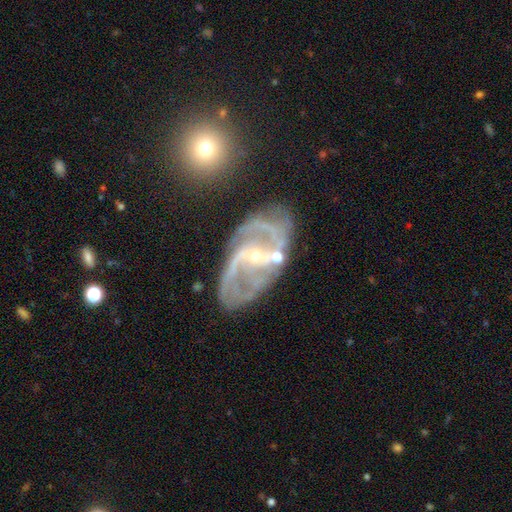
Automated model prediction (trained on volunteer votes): This appears to be a featured or disk galaxy (89%) with a weak bar (39%), 2 (64%) medium (49%) spiral arms (95%) and a small central bulge (77%). Merging: none (60%).